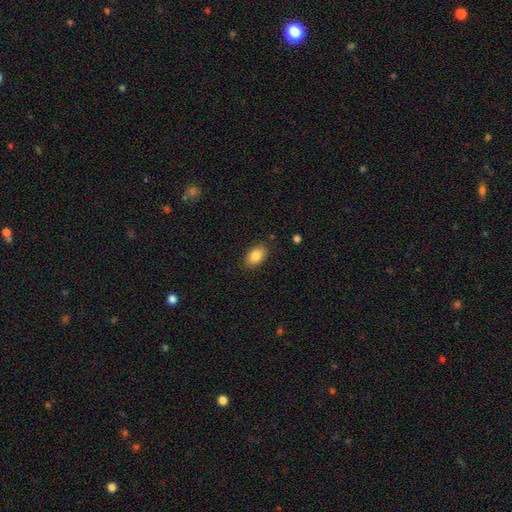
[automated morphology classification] smooth-or-featured: smooth: 85% | featured or disk: 8% | star or artifact: 7%
  how-rounded: in between: 91% | round: 8% | cigar-shaped: 2%
  merging: none: 86% | minor disturbance: 10% | major disturbance: 2% | merger: 1%